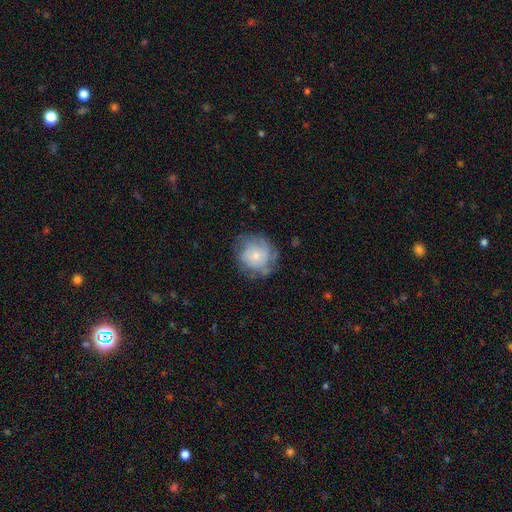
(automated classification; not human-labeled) The model was most divided on "smooth or featured": smooth: 52%, featured or disk: 40%, star or artifact: 8%. More confident: how rounded — round (84%); merging — none (63%).